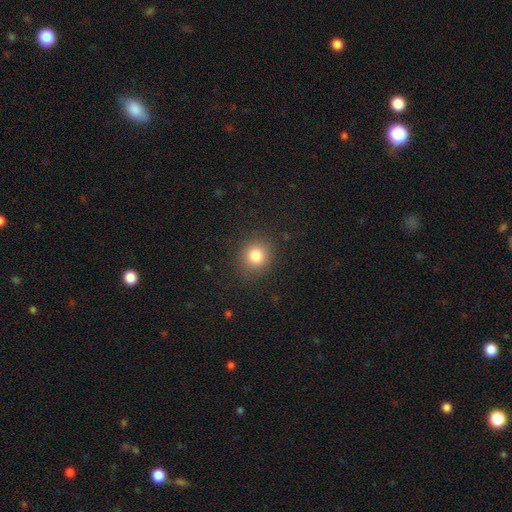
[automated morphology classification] Smooth or featured? Predicted: smooth (p=0.82). How rounded? Predicted: round (p=0.86). Merging? Predicted: none (p=0.88).